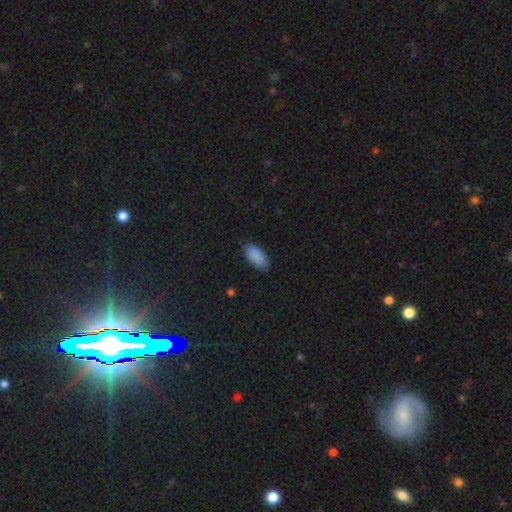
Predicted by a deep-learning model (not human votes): A smooth galaxy with no disk features (89%) that is in between round and cigar-shaped (91%). Merging: none (84%).